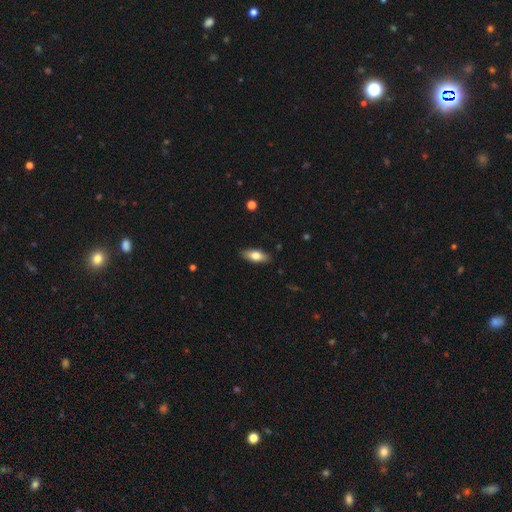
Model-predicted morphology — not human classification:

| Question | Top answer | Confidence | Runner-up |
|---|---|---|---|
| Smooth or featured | smooth | 72% | featured or disk (22%) |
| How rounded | in between | 77% | cigar-shaped (20%) |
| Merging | none | 88% | minor disturbance (9%) |